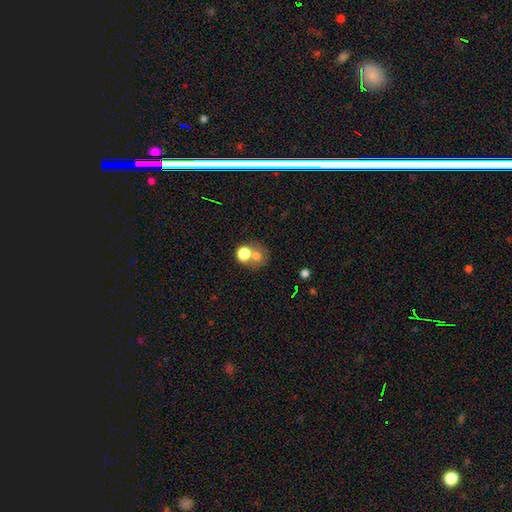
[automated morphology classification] A smooth galaxy with no disk features (70%) that is round (75%).

Vote fractions:
- Smooth or featured? smooth: 70% / featured or disk: 16% / star or artifact: 14%
- How rounded? round: 75% / in between: 24% / cigar-shaped: 1%
- Merging? merger: 48% / none: 39% / minor disturbance: 8% / major disturbance: 6%